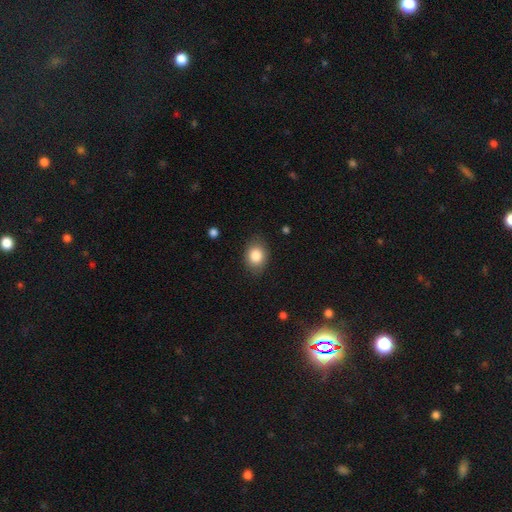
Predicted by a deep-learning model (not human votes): Smooth or featured?
  - smooth: 85% *
  - star or artifact: 8%
  - featured or disk: 7%
How rounded?
  - in between: 64% *
  - round: 35%
  - cigar-shaped: 1%
Merging?
  - none: 84% *
  - minor disturbance: 12%
  - major disturbance: 3%
  - merger: 1%